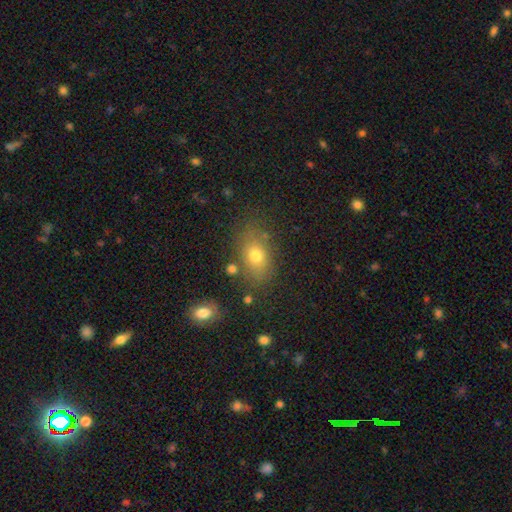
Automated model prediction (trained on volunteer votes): A smooth galaxy with no disk features (72%) that is in between round and cigar-shaped (77%).

Vote fractions:
- Smooth or featured? smooth: 72% / featured or disk: 15% / star or artifact: 13%
- How rounded? in between: 77% / round: 20% / cigar-shaped: 2%
- Merging? none: 75% / minor disturbance: 14% / merger: 5% / major disturbance: 5%